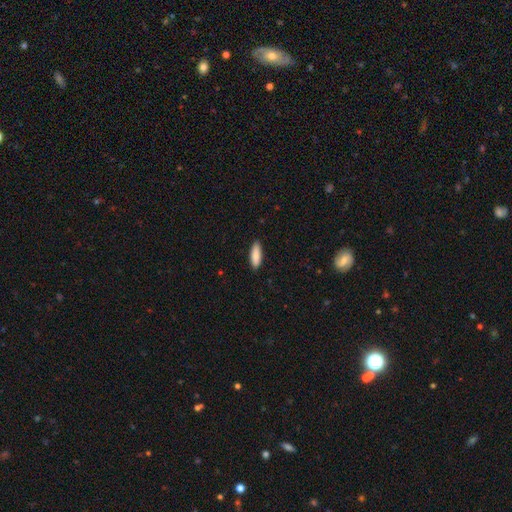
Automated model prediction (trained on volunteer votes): Smooth or featured? Predicted: smooth (p=0.88). How rounded? Predicted: in between (p=0.53). Merging? Predicted: none (p=0.89).